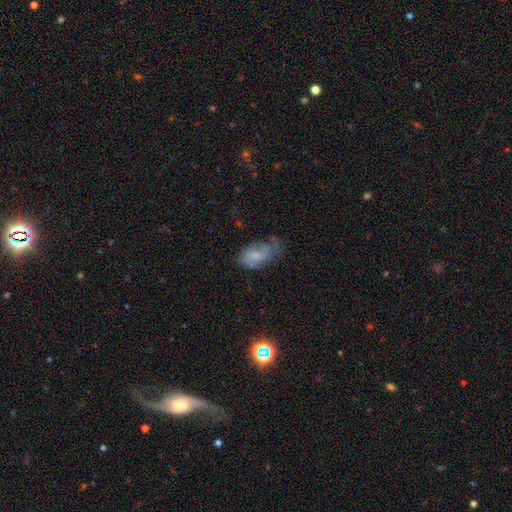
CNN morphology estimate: smooth 46%, featured or disk 45%, star or artifact 9%. Down the decision tree: merging — none (44%).